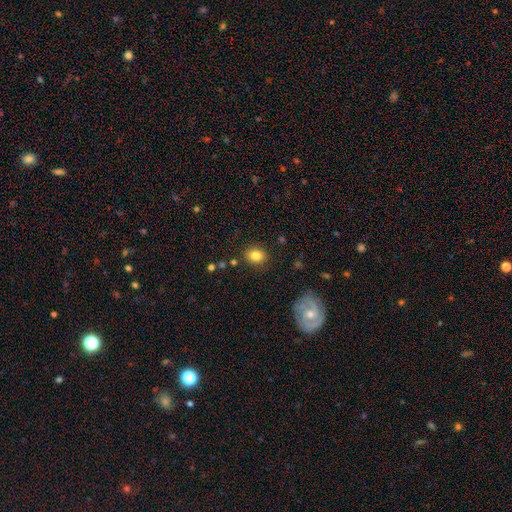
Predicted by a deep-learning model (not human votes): Q: Smooth or featured?
A: smooth (83%); runner-up: star or artifact (10%)
Q: How rounded?
A: round (57%); runner-up: in between (42%)
Q: Merging?
A: none (86%); runner-up: minor disturbance (9%)